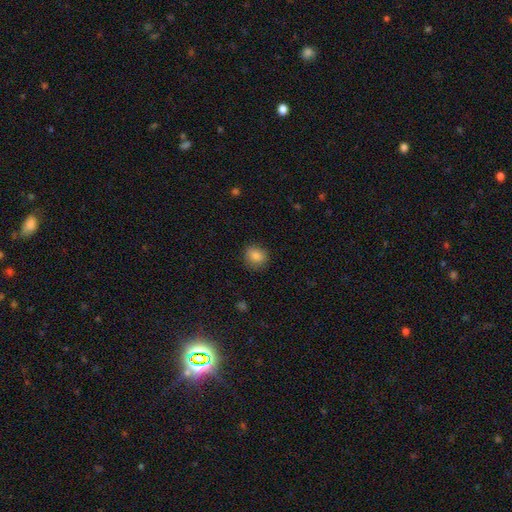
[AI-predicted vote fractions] A smooth galaxy with no disk features (84%) that is round (79%).

Vote fractions:
- Smooth or featured? smooth: 84% / star or artifact: 10% / featured or disk: 6%
- How rounded? round: 79% / in between: 20% / cigar-shaped: 1%
- Merging? none: 86% / minor disturbance: 10% / major disturbance: 3% / merger: 1%